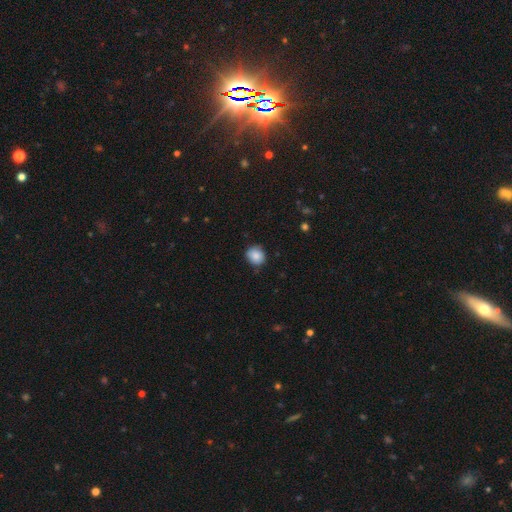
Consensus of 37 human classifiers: smooth_or_featured: smooth (p=0.86) [alt: star or artifact p=0.08]
how_rounded: round (p=0.66) [alt: in between p=0.34]
merging: none (p=0.65) [alt: minor disturbance p=0.32]